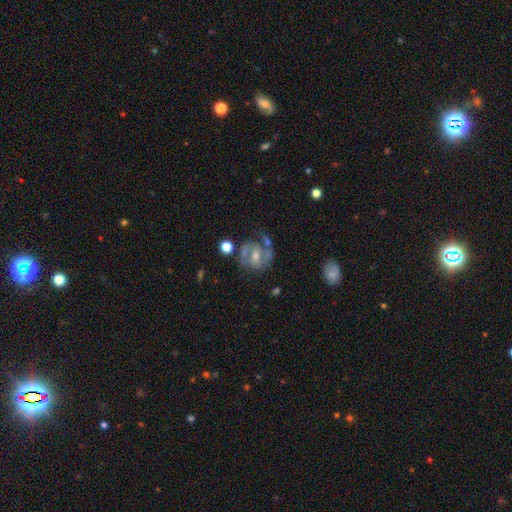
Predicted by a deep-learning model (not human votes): featured or disk 77%, smooth 14%, star or artifact 9%. Down the decision tree: edge-on disk — no (97%); bar — weak (48%); spiral arms — yes (88%); spiral arm count — 2 (72%); spiral winding — medium (48%); bulge size — moderate (52%); merging — none (59%).